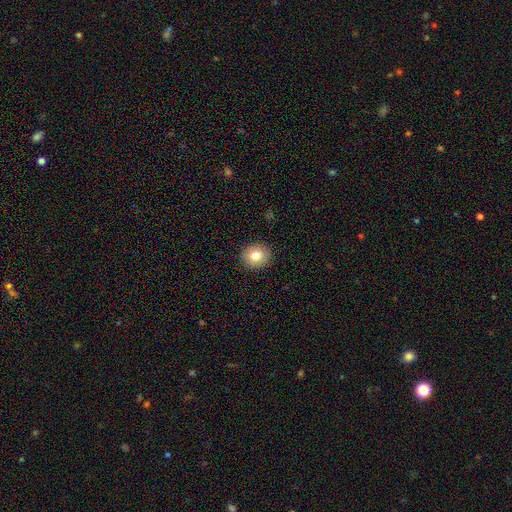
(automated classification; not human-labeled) Smooth or featured?
  - smooth: 81% *
  - featured or disk: 10%
  - star or artifact: 9%
How rounded?
  - round: 77% *
  - in between: 22%
  - cigar-shaped: 1%
Merging?
  - none: 91% *
  - minor disturbance: 7%
  - major disturbance: 2%
  - merger: 1%